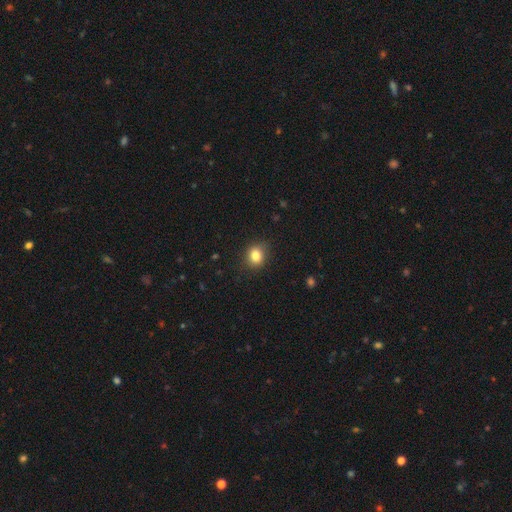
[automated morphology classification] Smooth or featured: smooth — 83% (star or artifact — 11%)
How rounded: round — 71% (in between — 28%)
Merging: none — 85% (minor disturbance — 11%)